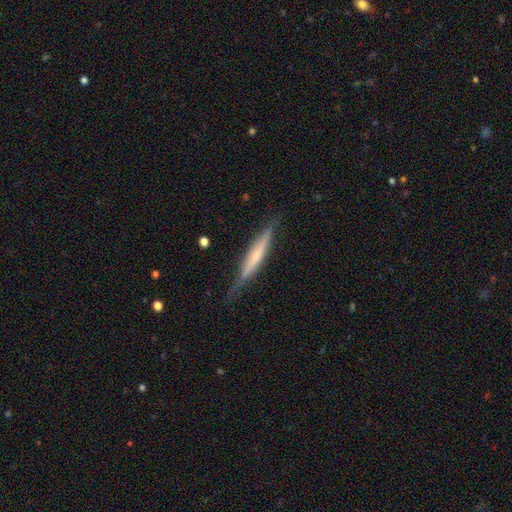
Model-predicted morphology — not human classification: featured or disk 57%, smooth 37%, star or artifact 6%. Down the decision tree: edge-on disk — yes (94%); edge-on bulge — none (44%, tied with rounded); merging — none (77%).